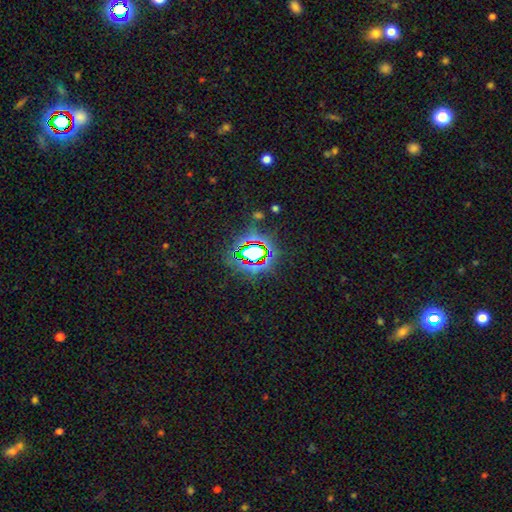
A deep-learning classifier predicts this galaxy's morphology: A star or artifact, not a galaxy (71%).